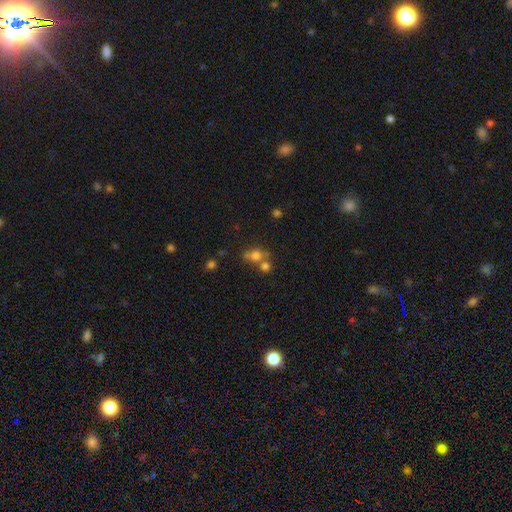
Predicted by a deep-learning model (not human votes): This is likely a smooth galaxy (69%). How rounded: likely round (73%). Merging: possibly merger (46%).